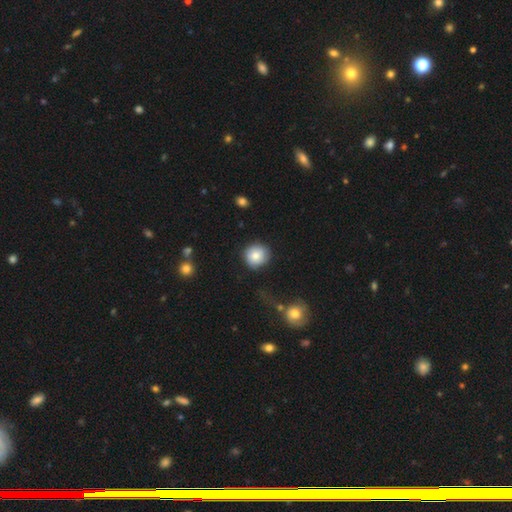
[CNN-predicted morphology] The model was most divided on "smooth or featured": smooth: 78%, featured or disk: 15%, star or artifact: 8%. More confident: how rounded — round (91%); merging — none (80%).